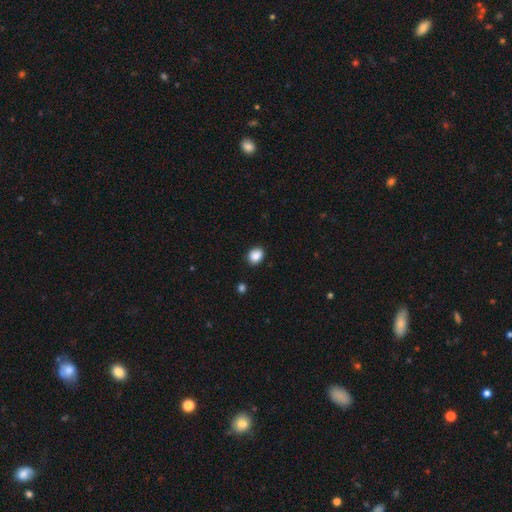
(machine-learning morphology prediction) smooth-or-featured: smooth: 88% | star or artifact: 9% | featured or disk: 3%
  how-rounded: round: 53% | in between: 46% | cigar-shaped: 1%
  merging: none: 84% | minor disturbance: 12% | major disturbance: 2% | merger: 2%